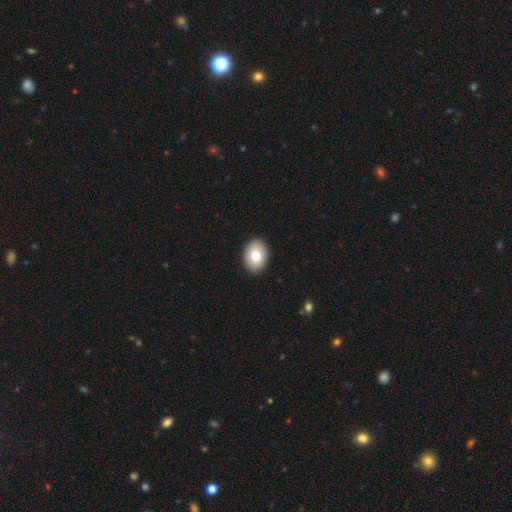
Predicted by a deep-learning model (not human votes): Overall: smooth (78%). How rounded: in between (78%). Merging: none (92%).